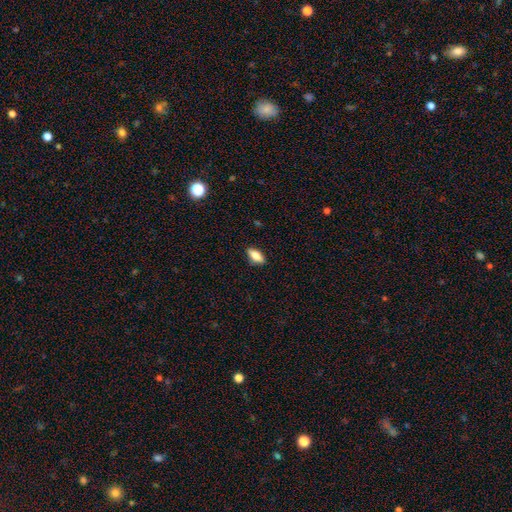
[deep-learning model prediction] Morphology: type=smooth (77%); roundness=in between (83%); merging=none (88%).